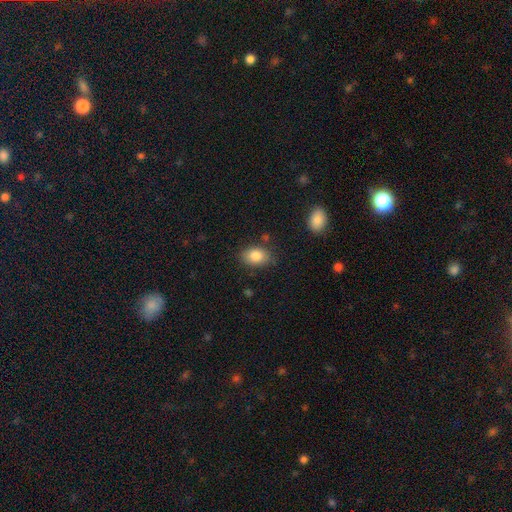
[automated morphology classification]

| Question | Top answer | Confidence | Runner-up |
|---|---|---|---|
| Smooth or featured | smooth | 84% | featured or disk (8%) |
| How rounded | in between | 80% | round (19%) |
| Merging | none | 80% | minor disturbance (14%) |